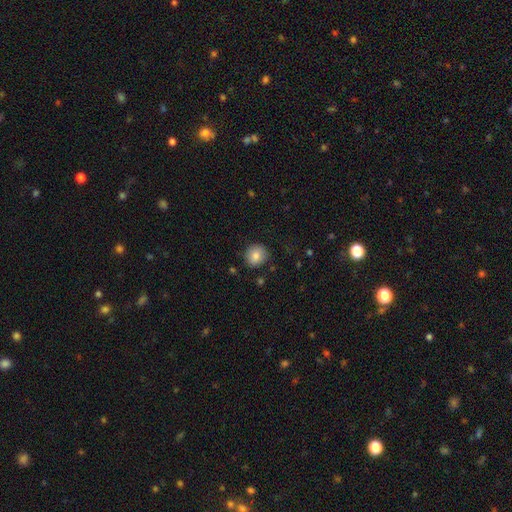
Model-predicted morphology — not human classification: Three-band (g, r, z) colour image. It shows a smooth galaxy with no disk features (82%) that is round (86%). Merging: none (86%).